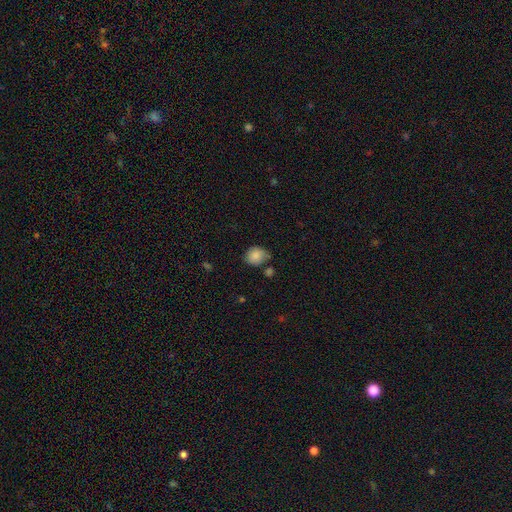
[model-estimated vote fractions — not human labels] smooth-or-featured: smooth: 85% | star or artifact: 8% | featured or disk: 6%
  how-rounded: round: 60% | in between: 39% | cigar-shaped: 1%
  merging: none: 58% | minor disturbance: 28% | merger: 8% | major disturbance: 6%